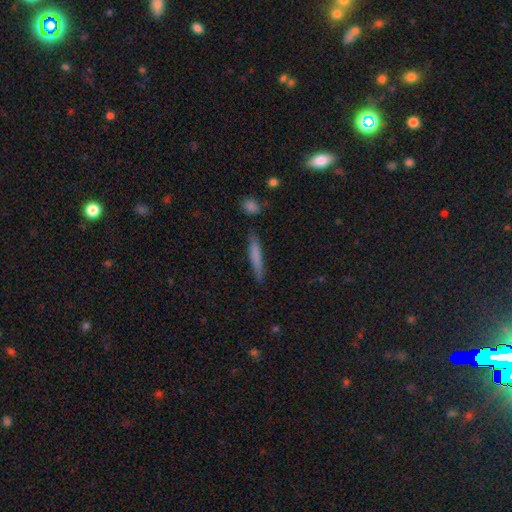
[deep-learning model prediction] This is likely a smooth galaxy (73%). How rounded: clearly cigar-shaped (93%). Merging: clearly none (80%).